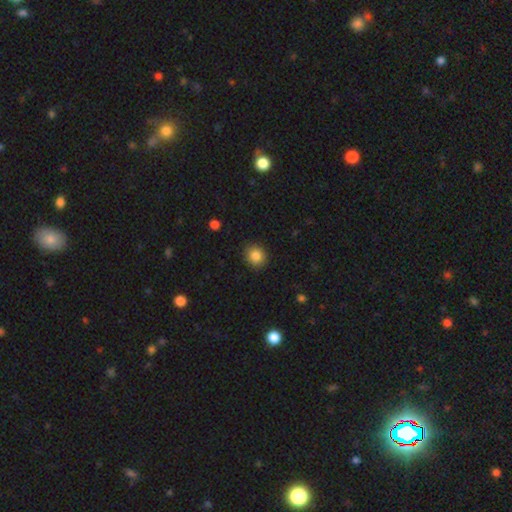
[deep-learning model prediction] Smooth or featured? Predicted: smooth (p=0.86). How rounded? Predicted: round (p=0.80). Merging? Predicted: none (p=0.88).